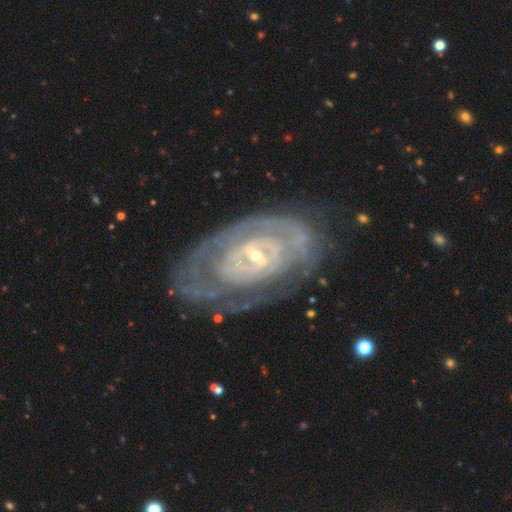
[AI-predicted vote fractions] A featured or disk galaxy (81%) with no bar (46%), tight (73%) spiral arms (76%) and a small central bulge (73%).

Vote fractions:
- Smooth or featured? featured or disk: 81% / smooth: 12% / star or artifact: 6%
- Edge-on disk? no: 94% / yes: 6%
- Bar? no: 46% / weak: 37% / strong: 17%
- Spiral arms? yes: 76% / no: 24%
- Spiral winding? tight: 73% / medium: 20% / loose: 7%
- Spiral arm count? can't tell: 52% / 2: 23% / 3: 8% / 1: 7% / 4: 5% / more than 4: 5%
- Bulge size? small: 73% / moderate: 21% / large: 2% / none: 2% / dominant: 1%
- Merging? none: 67% / minor disturbance: 19% / major disturbance: 12% / merger: 2%